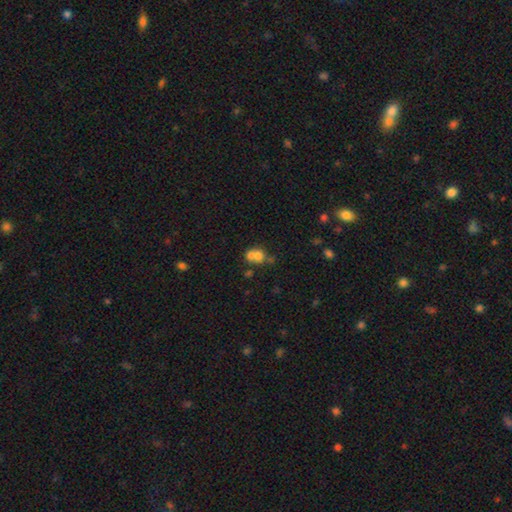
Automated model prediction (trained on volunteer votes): This appears to be a smooth galaxy with no disk features (67%) that is round (69%). Merging: merger (60%).